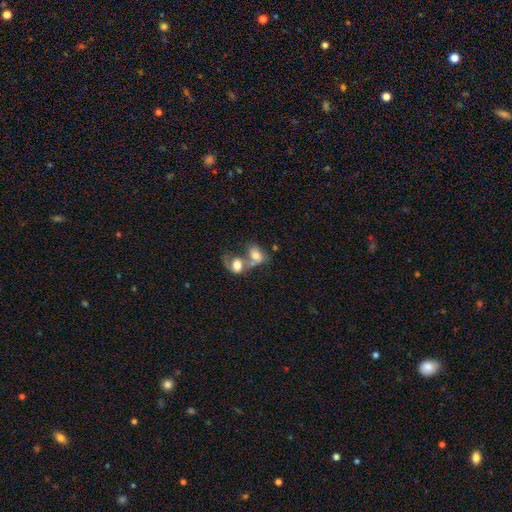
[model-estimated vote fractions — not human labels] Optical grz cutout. It shows a smooth galaxy with no disk features (66%) that is in between round and cigar-shaped (70%). Merging: merger (71%).